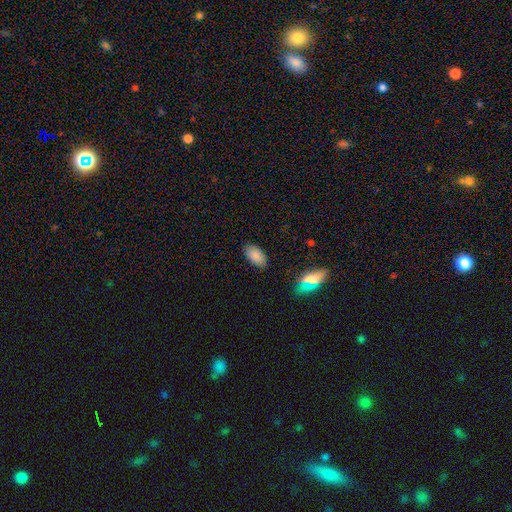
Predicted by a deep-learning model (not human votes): Smooth or featured?
  - smooth: 86% *
  - star or artifact: 9%
  - featured or disk: 5%
How rounded?
  - in between: 94% *
  - round: 3%
  - cigar-shaped: 3%
Merging?
  - none: 86% *
  - minor disturbance: 10%
  - major disturbance: 2%
  - merger: 1%